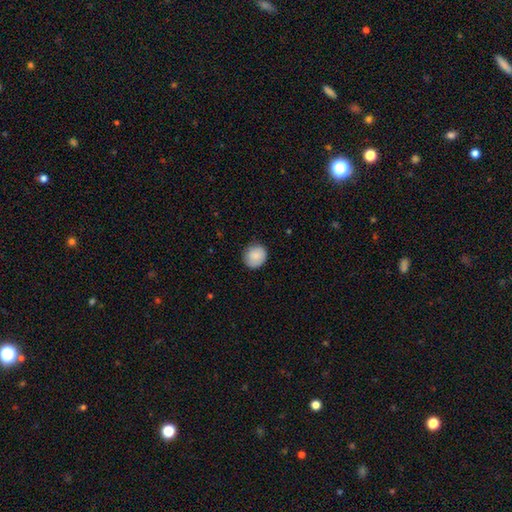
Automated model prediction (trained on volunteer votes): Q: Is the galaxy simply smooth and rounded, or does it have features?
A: smooth — 88%.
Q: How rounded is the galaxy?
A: round — 85%.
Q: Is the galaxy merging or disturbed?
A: none — 84%.